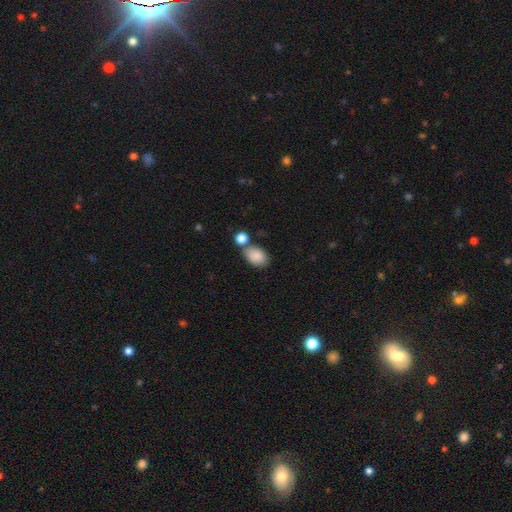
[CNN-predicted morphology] The model was most divided on "merging": none: 61%, merger: 19%, minor disturbance: 15%, major disturbance: 4%. More confident: smooth or featured — smooth (87%); how rounded — in between (87%).